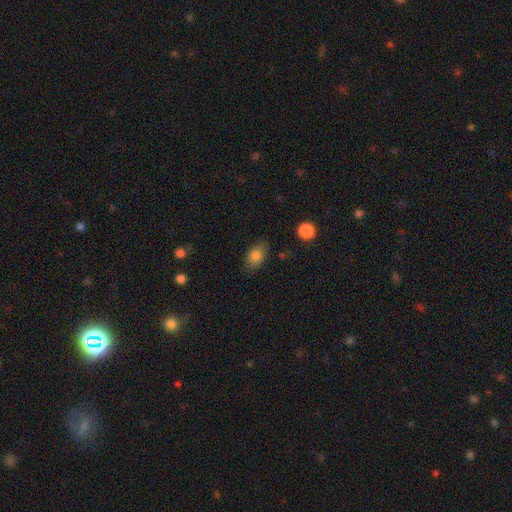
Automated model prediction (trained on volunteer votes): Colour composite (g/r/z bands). It shows a smooth galaxy with no disk features (81%) that is in between round and cigar-shaped (82%). Merging: none (76%).